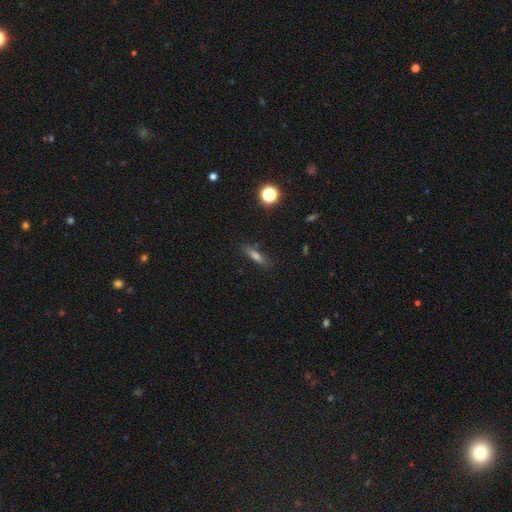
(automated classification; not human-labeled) Overall: smooth (64%; featured or disk 24%). How rounded: cigar-shaped (66%; in between 30%). Merging: none (84%).